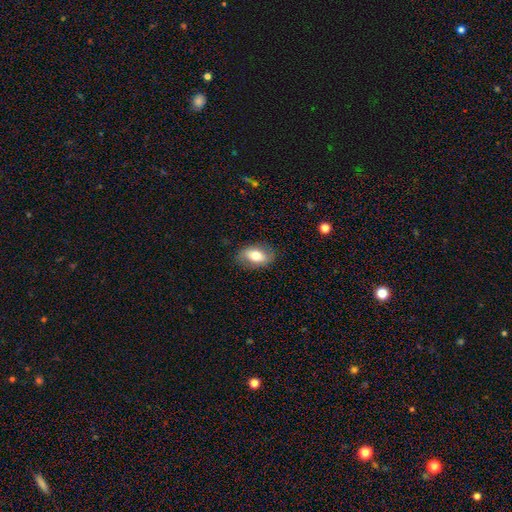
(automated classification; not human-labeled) Smooth or featured? smooth (67%)
How rounded? in between (89%)
Merging? none (82%)